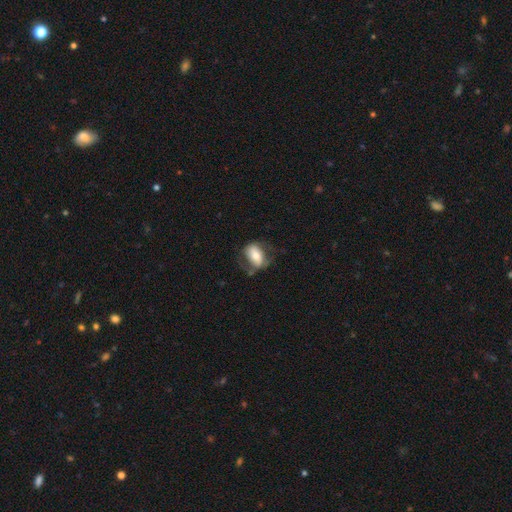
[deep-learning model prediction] This appears to be a smooth galaxy with no disk features (58%) that is in between round and cigar-shaped (85%). Merging: none (50%).